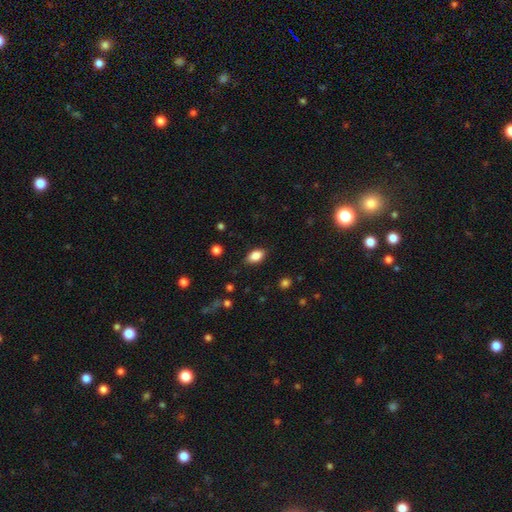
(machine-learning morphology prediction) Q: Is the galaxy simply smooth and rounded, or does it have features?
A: smooth — 85%.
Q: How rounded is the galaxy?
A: in between — 89%.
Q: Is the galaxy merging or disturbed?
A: none — 83%.